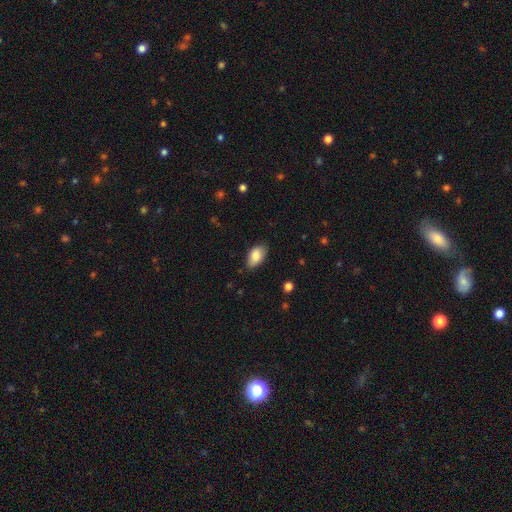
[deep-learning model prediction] Smooth or featured: smooth — 83% (featured or disk — 10%)
How rounded: in between — 93% (round — 5%)
Merging: none — 81% (minor disturbance — 15%)